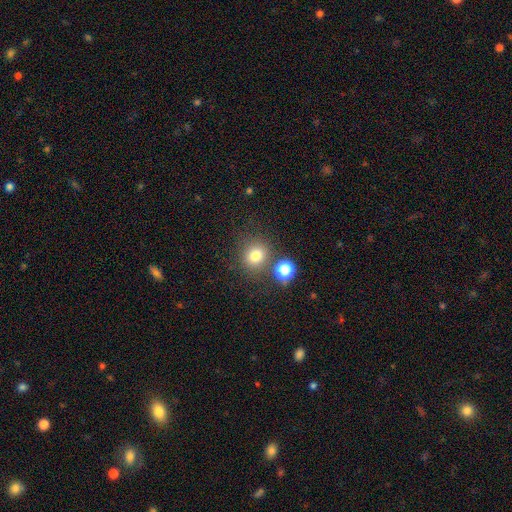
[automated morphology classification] A smooth galaxy with no disk features (77%) that is round (84%).

Vote fractions:
- Smooth or featured? smooth: 77% / star or artifact: 15% / featured or disk: 8%
- How rounded? round: 84% / in between: 15% / cigar-shaped: 1%
- Merging? none: 71% / merger: 15% / minor disturbance: 10% / major disturbance: 4%